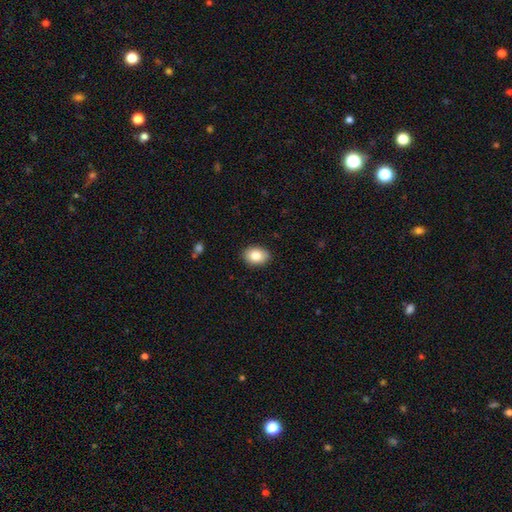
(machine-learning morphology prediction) Overall: smooth (83%). How rounded: in between (74%). Merging: none (89%).